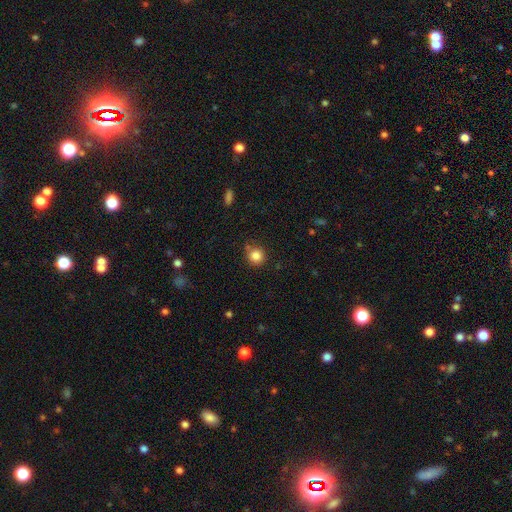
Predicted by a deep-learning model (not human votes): Smooth or featured?
  - smooth: 85% *
  - star or artifact: 11%
  - featured or disk: 5%
How rounded?
  - round: 91% *
  - in between: 8%
  - cigar-shaped: 1%
Merging?
  - none: 79% *
  - minor disturbance: 13%
  - merger: 5%
  - major disturbance: 3%